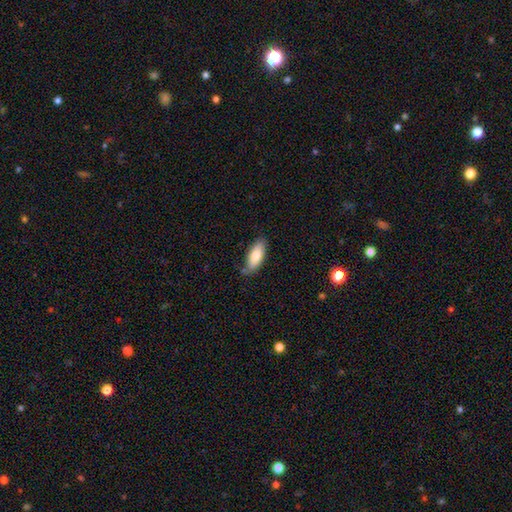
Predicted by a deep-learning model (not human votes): This is clearly a smooth galaxy (81%). How rounded: clearly in between (81%). Merging: likely none (73%).